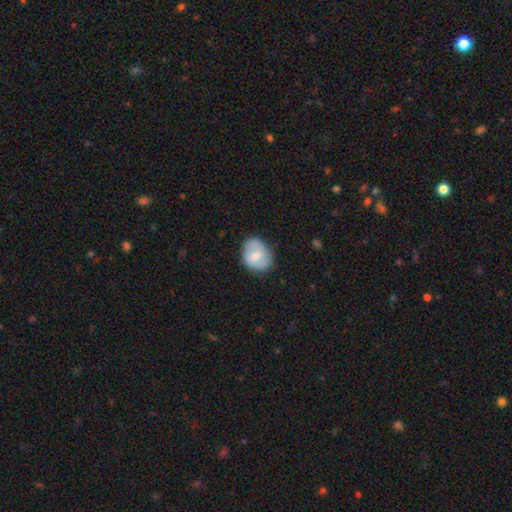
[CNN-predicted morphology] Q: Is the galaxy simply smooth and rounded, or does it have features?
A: smooth — 56%.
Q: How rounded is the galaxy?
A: round — 51%.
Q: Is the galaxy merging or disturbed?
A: none — 72%.